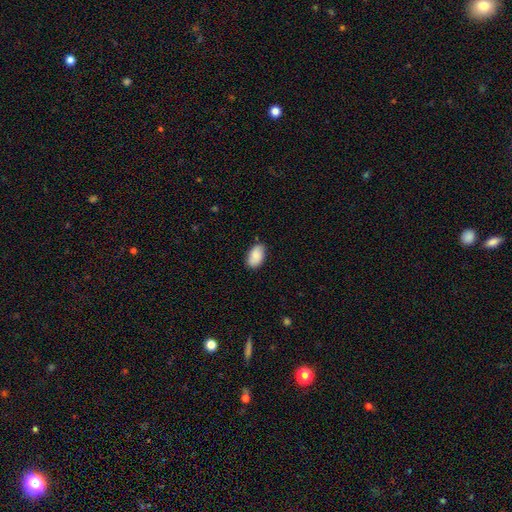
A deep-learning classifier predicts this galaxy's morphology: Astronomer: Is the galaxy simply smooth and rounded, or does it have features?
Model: smooth — 89%.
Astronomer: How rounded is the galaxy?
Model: in between — 94%.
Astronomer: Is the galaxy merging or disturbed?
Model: none — 81%.